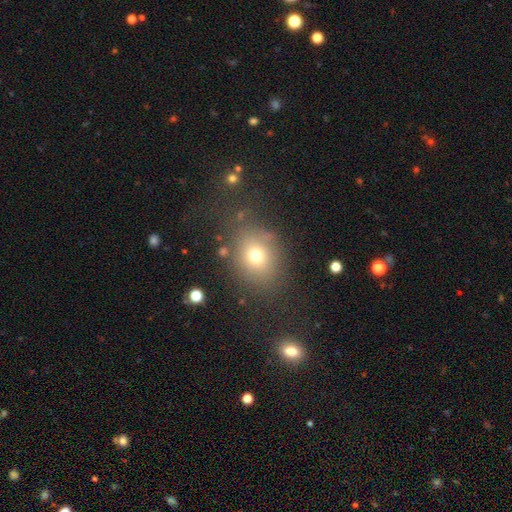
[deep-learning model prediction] Smooth or featured? Predicted: smooth (p=0.70). How rounded? Predicted: round (p=0.61). Merging? Predicted: none (p=0.74).